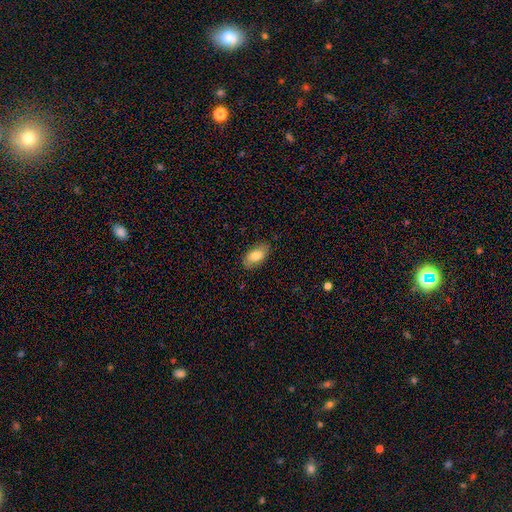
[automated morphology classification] smooth 80%, featured or disk 13%, star or artifact 7%. Down the decision tree: how rounded — in between (93%); merging — none (83%).